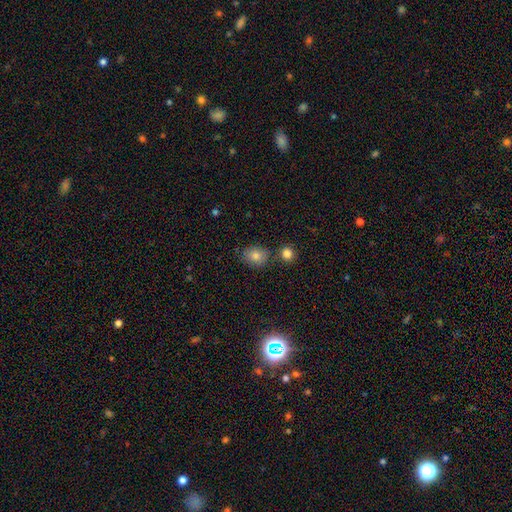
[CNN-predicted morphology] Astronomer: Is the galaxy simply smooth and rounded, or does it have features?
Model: smooth — 77%.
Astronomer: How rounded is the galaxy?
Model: round — 61% (runner-up: in between, 38%).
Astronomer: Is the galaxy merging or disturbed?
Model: none — 75%.